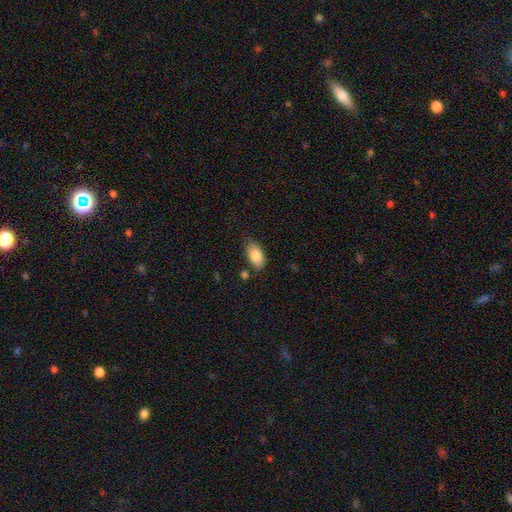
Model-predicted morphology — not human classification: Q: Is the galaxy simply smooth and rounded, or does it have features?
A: smooth — 83%.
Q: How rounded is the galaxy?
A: in between — 93%.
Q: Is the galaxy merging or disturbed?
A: none — 76%.